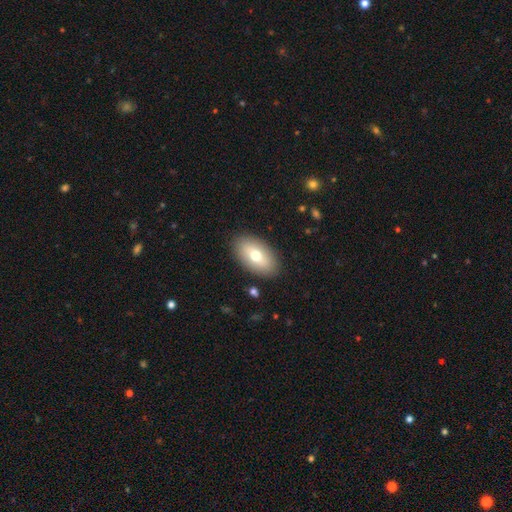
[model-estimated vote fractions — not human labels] Smooth or featured? Predicted: smooth (p=0.70). How rounded? Predicted: in between (p=0.93). Merging? Predicted: none (p=0.88).